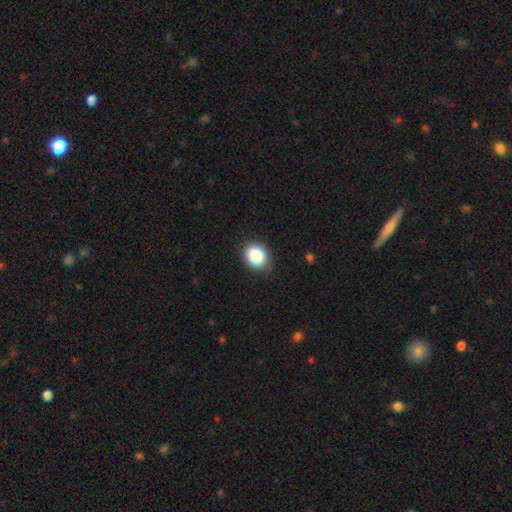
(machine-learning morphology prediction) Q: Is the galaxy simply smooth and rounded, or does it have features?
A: smooth — 86%.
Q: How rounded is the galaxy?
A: round — 55%.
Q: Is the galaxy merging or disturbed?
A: none — 84%.